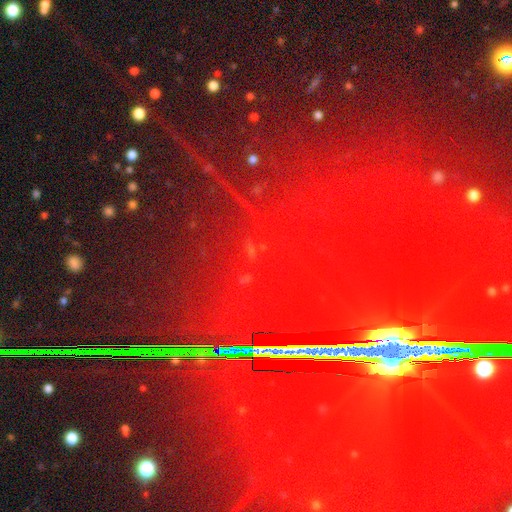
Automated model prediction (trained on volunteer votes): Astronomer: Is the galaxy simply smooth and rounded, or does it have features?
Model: star or artifact — 84%.